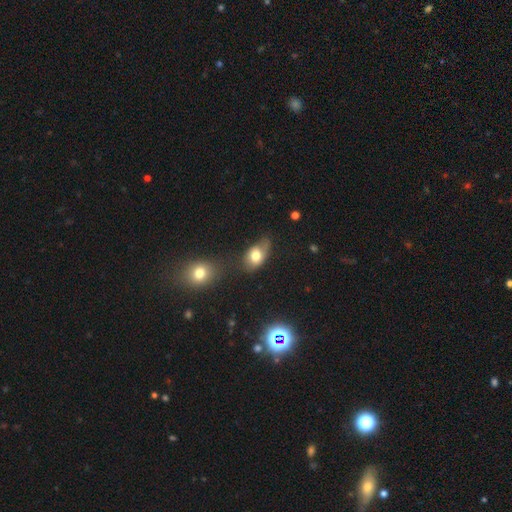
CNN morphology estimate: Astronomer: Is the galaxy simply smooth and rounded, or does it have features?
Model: smooth — 73%.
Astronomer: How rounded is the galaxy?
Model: in between — 81%.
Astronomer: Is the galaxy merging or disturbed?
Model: none — 45% (runner-up: minor disturbance, 33%).